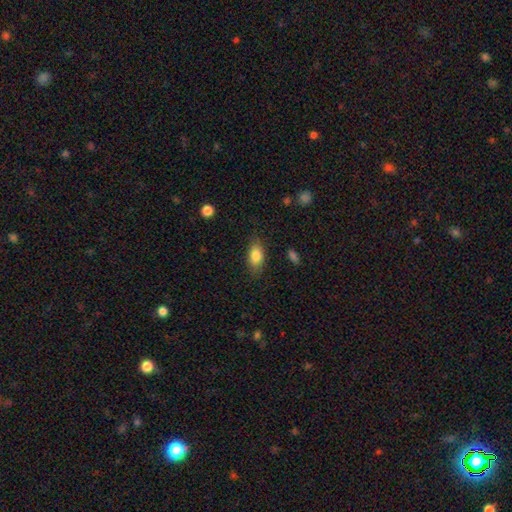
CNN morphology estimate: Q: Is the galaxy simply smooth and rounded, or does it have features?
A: smooth — 83%.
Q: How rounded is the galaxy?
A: in between — 88%.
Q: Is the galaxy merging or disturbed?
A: none — 81%.